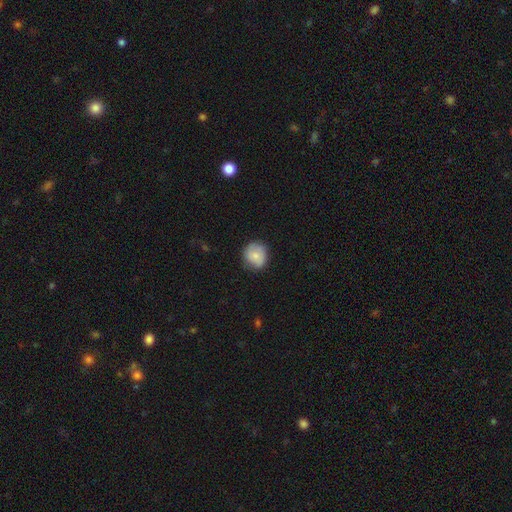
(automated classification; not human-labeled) Overall: smooth (73%). How rounded: round (84%). Merging: none (76%).